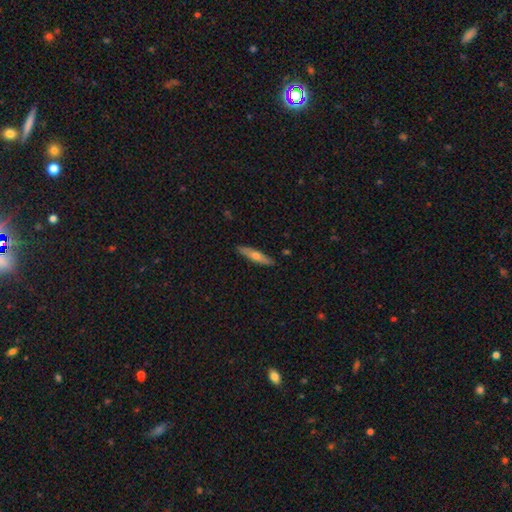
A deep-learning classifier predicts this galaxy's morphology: smooth_or_featured: smooth (p=0.51) [alt: featured or disk p=0.43]
how_rounded: cigar-shaped (p=0.86) [alt: in between p=0.13]
merging: none (p=0.89) [alt: minor disturbance p=0.08]